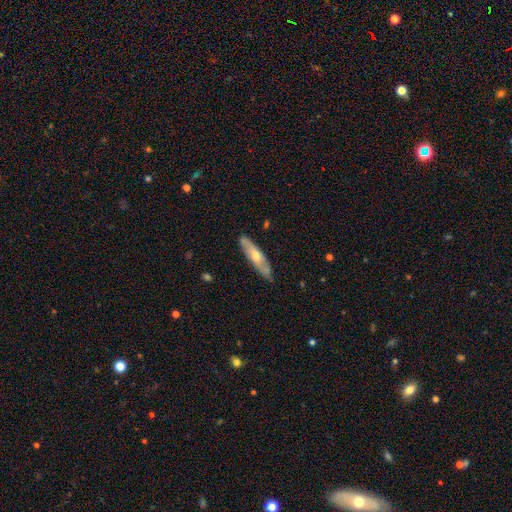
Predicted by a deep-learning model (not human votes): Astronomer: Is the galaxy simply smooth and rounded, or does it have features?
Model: featured or disk — 56% (runner-up: smooth, 38%).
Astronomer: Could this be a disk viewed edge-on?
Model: yes — 52% (runner-up: no, 48%).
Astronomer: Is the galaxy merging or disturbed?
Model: none — 82%.